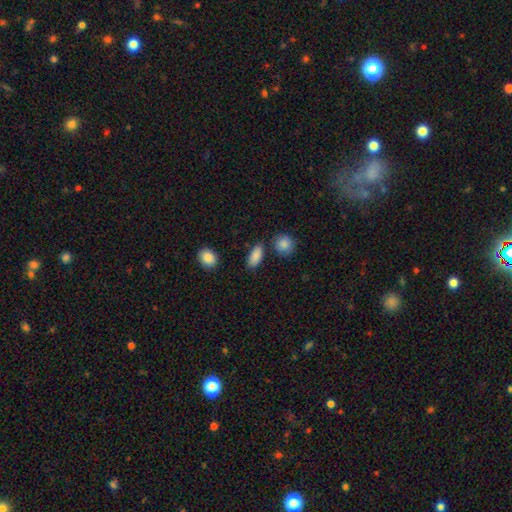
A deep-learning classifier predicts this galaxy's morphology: smooth-or-featured: smooth: 88% | star or artifact: 7% | featured or disk: 5%
  how-rounded: in between: 88% | cigar-shaped: 8% | round: 4%
  merging: none: 81% | minor disturbance: 11% | merger: 4% | major disturbance: 3%